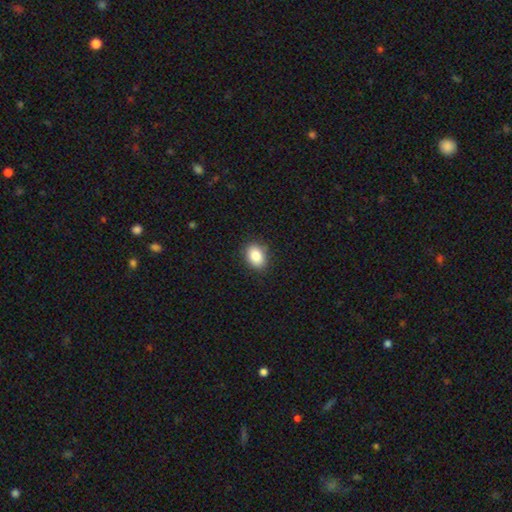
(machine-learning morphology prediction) A smooth galaxy with no disk features (86%) that is in between round and cigar-shaped (73%). Merging: none (87%).